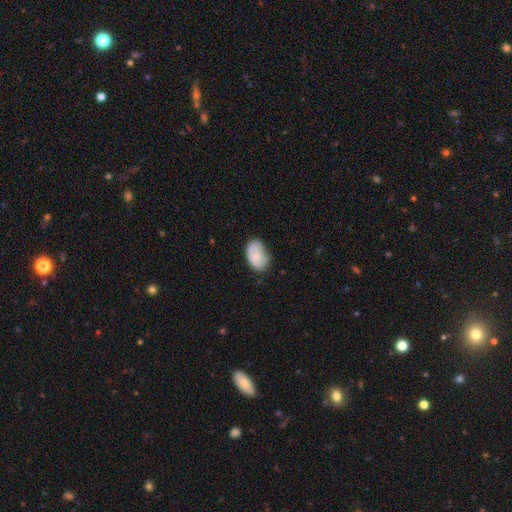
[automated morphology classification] smooth-or-featured: smooth: 77% | featured or disk: 16% | star or artifact: 7%
  how-rounded: in between: 89% | round: 10% | cigar-shaped: 1%
  merging: none: 63% | minor disturbance: 28% | major disturbance: 7% | merger: 3%